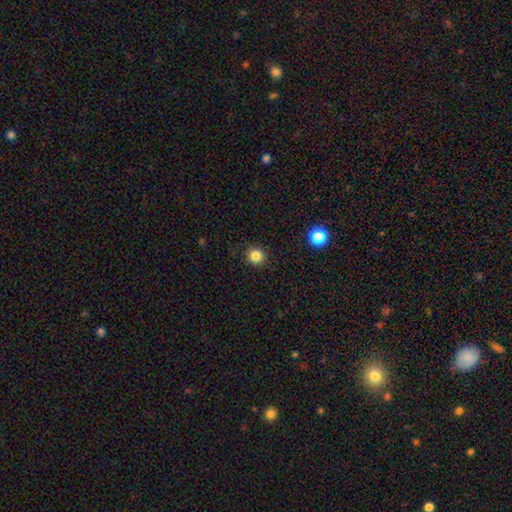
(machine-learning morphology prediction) Overall: smooth (85%). How rounded: round (91%). Merging: none (91%).